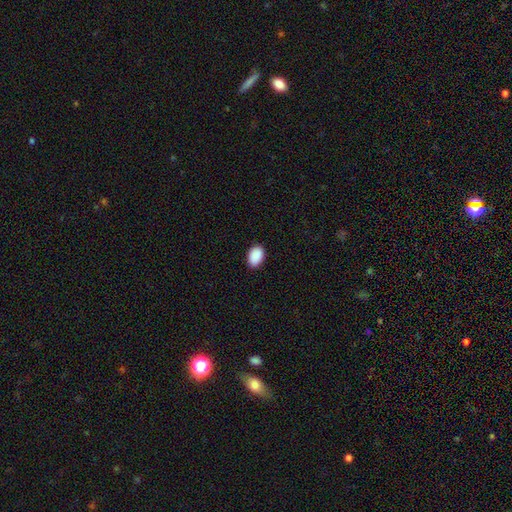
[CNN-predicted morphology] Overall: smooth (91%). How rounded: in between (87%). Merging: none (88%).